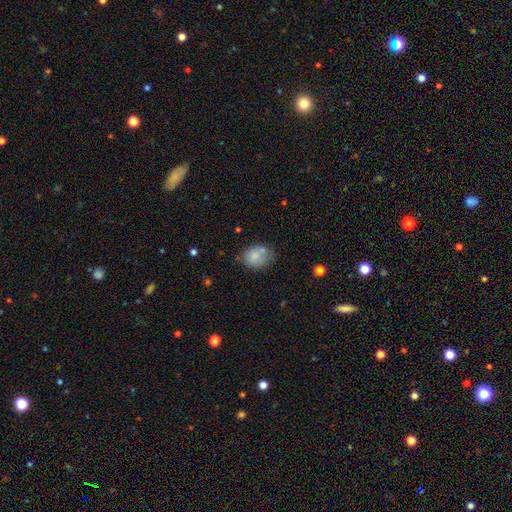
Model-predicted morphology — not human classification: Overall: smooth (78%). How rounded: in between (53%; round 46%). Merging: none (55%; minor disturbance 22%).